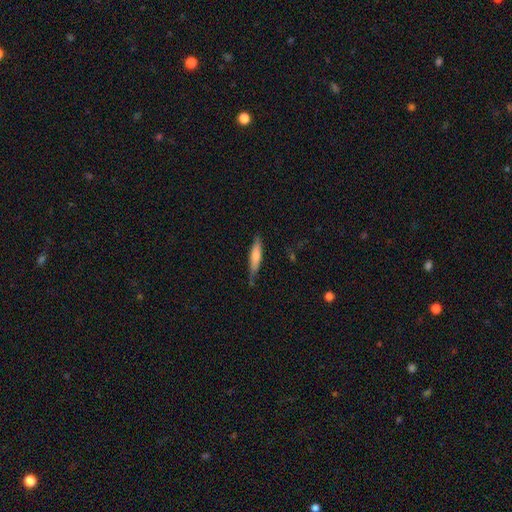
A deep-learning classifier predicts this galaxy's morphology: Q: Smooth or featured?
A: smooth (67%); runner-up: featured or disk (27%)
Q: How rounded?
A: cigar-shaped (81%); runner-up: in between (18%)
Q: Merging?
A: none (73%); runner-up: minor disturbance (21%)